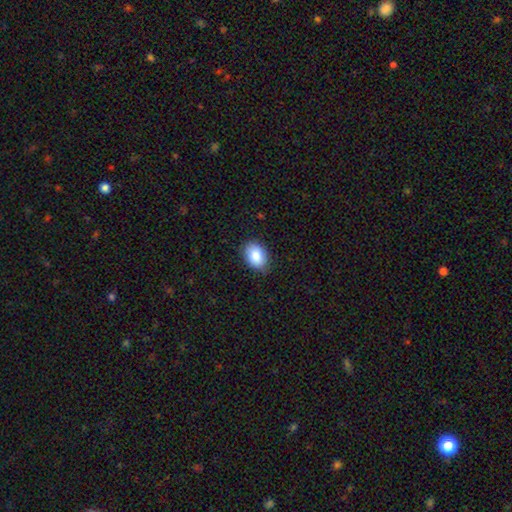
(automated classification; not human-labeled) Q: Smooth or featured?
A: smooth (87%); runner-up: star or artifact (7%)
Q: How rounded?
A: in between (83%); runner-up: round (16%)
Q: Merging?
A: none (81%); runner-up: minor disturbance (15%)